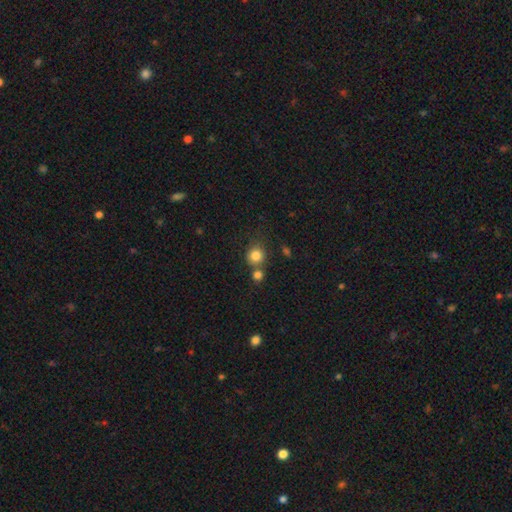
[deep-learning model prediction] Overall: smooth (82%). How rounded: round (85%). Merging: none (57%; merger 29%).